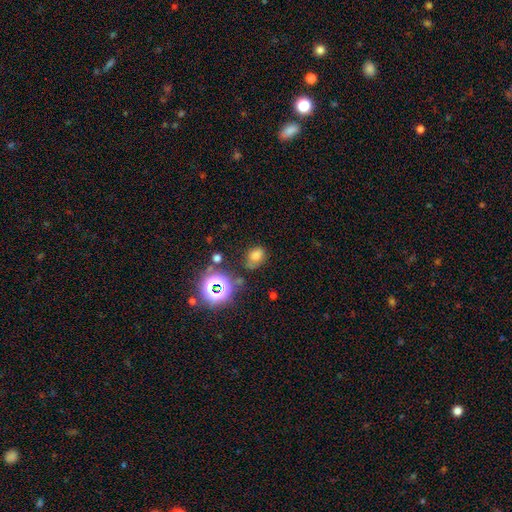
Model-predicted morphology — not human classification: Smooth or featured?
  - smooth: 67% *
  - star or artifact: 24%
  - featured or disk: 9%
How rounded?
  - in between: 66% *
  - round: 32%
  - cigar-shaped: 1%
Merging?
  - none: 56% *
  - minor disturbance: 25%
  - major disturbance: 11%
  - merger: 7%